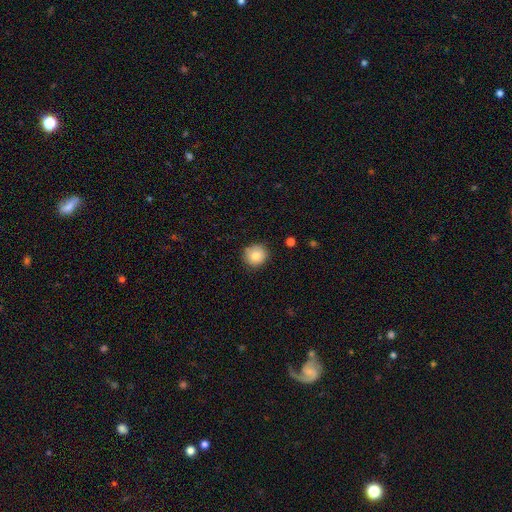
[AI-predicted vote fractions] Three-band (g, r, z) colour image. It shows a smooth galaxy with no disk features (81%) that is round (92%). Merging: none (85%).